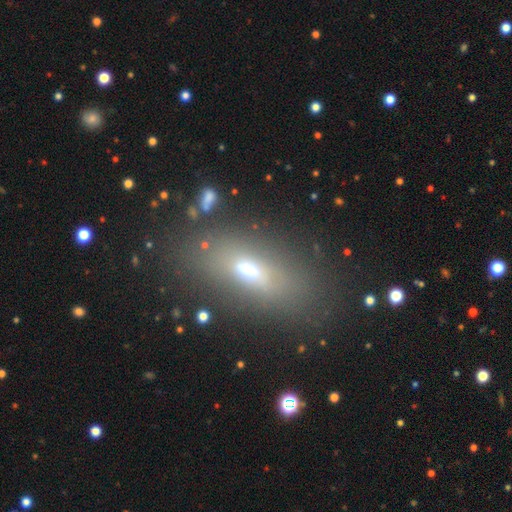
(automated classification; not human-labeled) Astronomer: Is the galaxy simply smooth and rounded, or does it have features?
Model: smooth — 57%.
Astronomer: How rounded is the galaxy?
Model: in between — 72%.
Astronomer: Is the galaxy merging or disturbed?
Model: none — 82%.